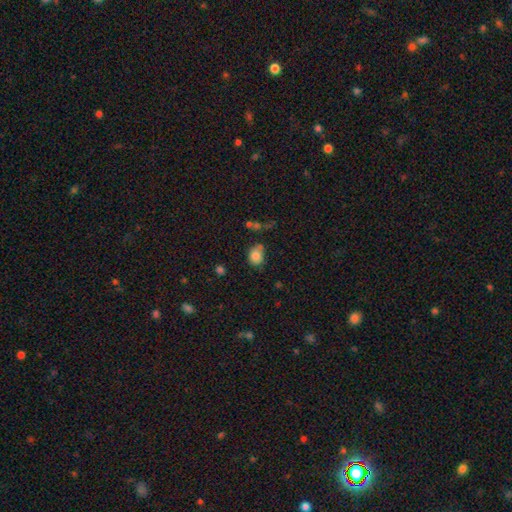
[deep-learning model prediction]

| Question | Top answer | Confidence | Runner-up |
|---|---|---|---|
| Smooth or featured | smooth | 83% | star or artifact (11%) |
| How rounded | round | 52% | in between (47%) |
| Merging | none | 58% | minor disturbance (25%) |